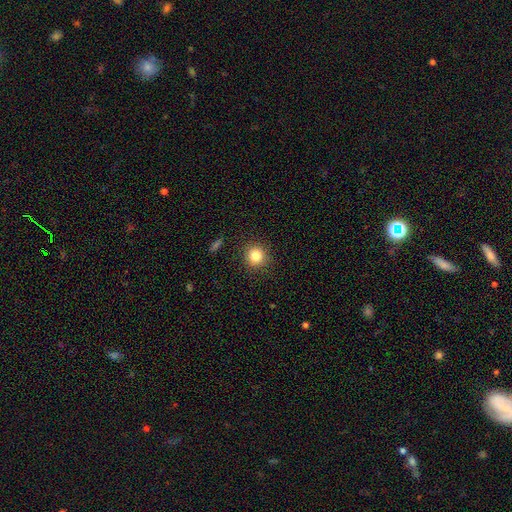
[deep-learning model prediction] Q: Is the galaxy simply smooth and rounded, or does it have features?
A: smooth — 83%.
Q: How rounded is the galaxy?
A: round — 91%.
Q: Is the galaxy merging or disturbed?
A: none — 90%.